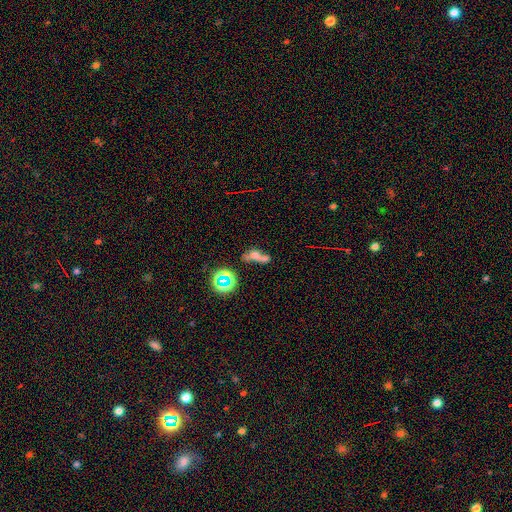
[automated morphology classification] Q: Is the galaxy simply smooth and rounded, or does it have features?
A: smooth — 48%.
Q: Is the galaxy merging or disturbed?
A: merger — 46%.